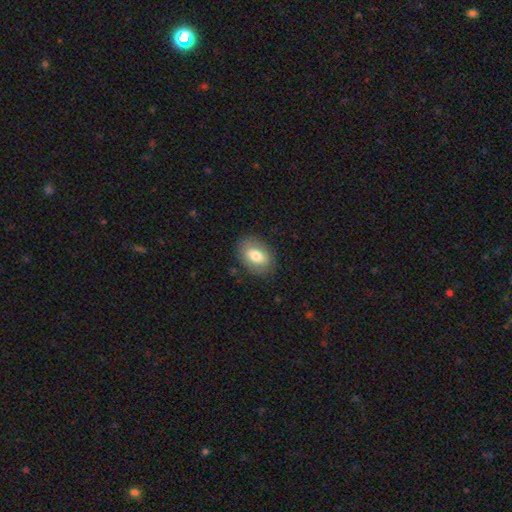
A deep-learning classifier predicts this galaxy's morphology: smooth 71%, featured or disk 22%, star or artifact 7%. Down the decision tree: how rounded — in between (84%); merging — none (83%).